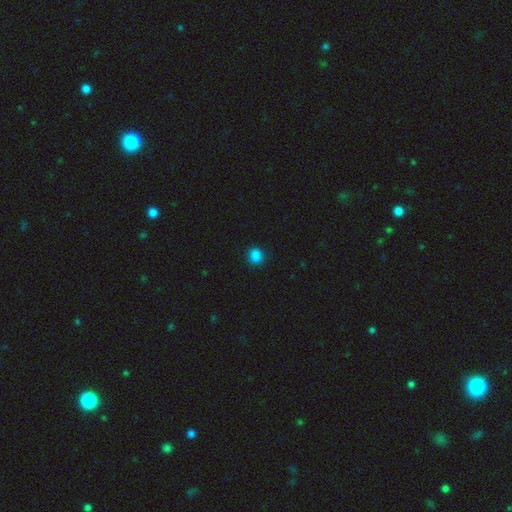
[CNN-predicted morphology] Q: Smooth or featured?
A: smooth (85%); runner-up: star or artifact (12%)
Q: How rounded?
A: round (76%); runner-up: in between (23%)
Q: Merging?
A: none (89%); runner-up: minor disturbance (8%)